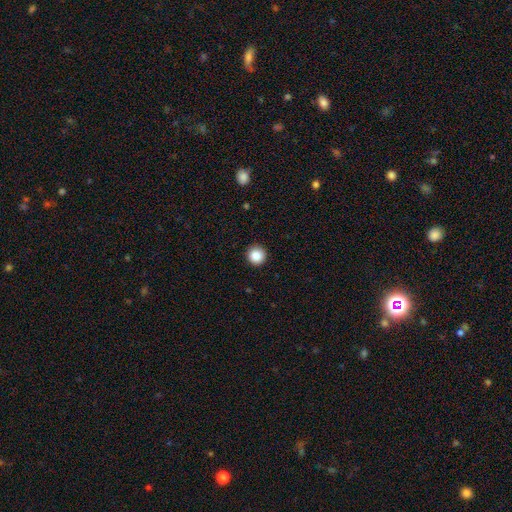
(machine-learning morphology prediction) This is clearly a smooth galaxy (87%). How rounded: clearly round (96%). Merging: clearly none (92%).